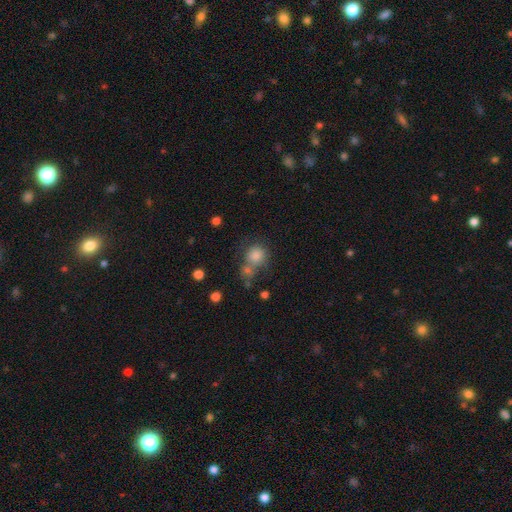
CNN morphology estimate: smooth-or-featured: smooth: 81% | star or artifact: 11% | featured or disk: 8%
  how-rounded: round: 84% | in between: 15% | cigar-shaped: 1%
  merging: none: 48% | merger: 33% | minor disturbance: 13% | major disturbance: 6%